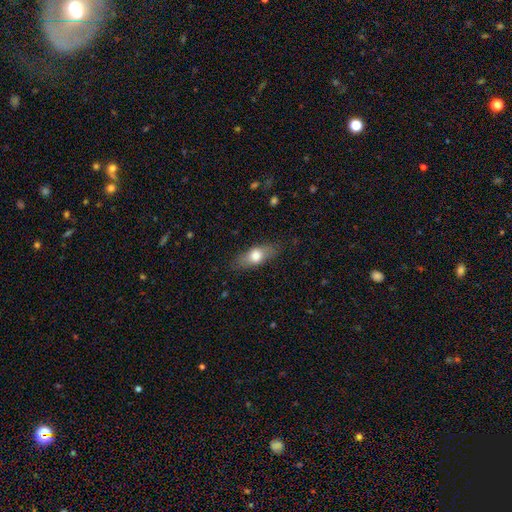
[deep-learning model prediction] Smooth or featured?
  - smooth: 70% *
  - featured or disk: 23%
  - star or artifact: 7%
How rounded?
  - in between: 72% *
  - cigar-shaped: 22%
  - round: 6%
Merging?
  - none: 82% *
  - minor disturbance: 13%
  - major disturbance: 4%
  - merger: 1%